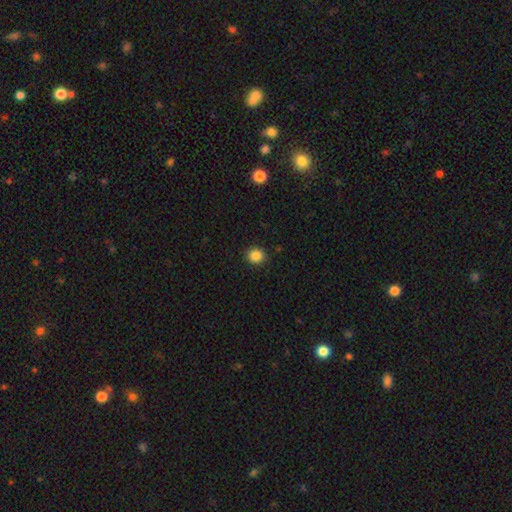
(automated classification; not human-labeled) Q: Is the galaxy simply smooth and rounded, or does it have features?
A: smooth — 85%.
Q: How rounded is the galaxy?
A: round — 86%.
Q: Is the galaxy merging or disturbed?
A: none — 91%.